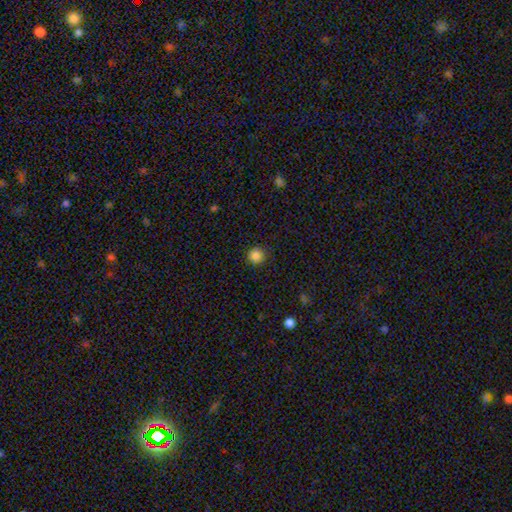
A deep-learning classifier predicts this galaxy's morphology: smooth_or_featured: smooth (p=0.85) [alt: star or artifact p=0.11]
how_rounded: round (p=0.94) [alt: in between p=0.05]
merging: none (p=0.90) [alt: minor disturbance p=0.07]